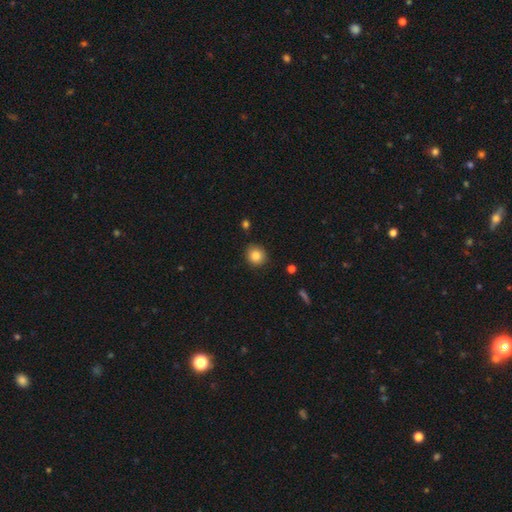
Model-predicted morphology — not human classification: Smooth or featured? smooth (84%)
How rounded? round (86%)
Merging? none (87%)